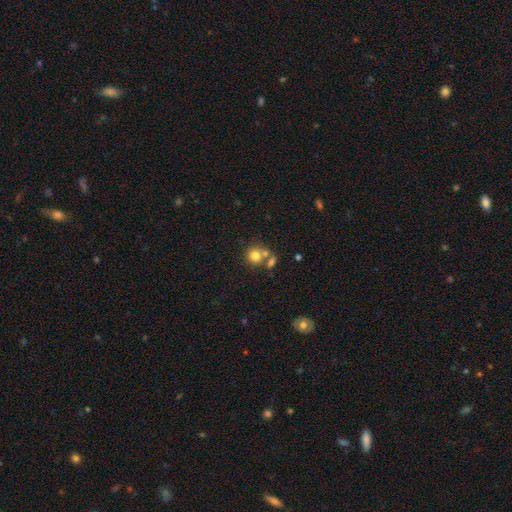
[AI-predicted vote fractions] Morphology: type=smooth (77%); roundness=round (83%); merging=none (53%).